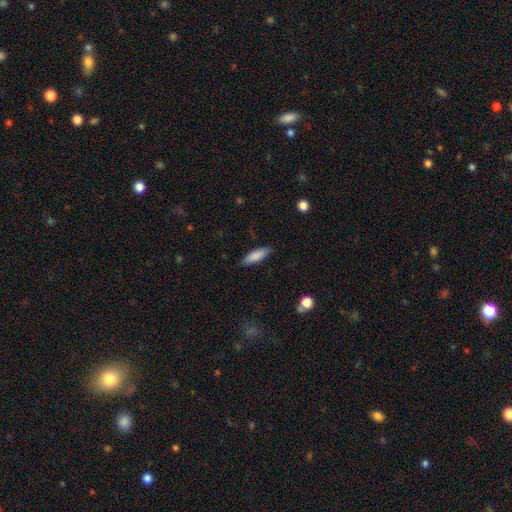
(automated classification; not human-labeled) Smooth or featured? Predicted: smooth (p=0.84). How rounded? Predicted: in between (p=0.53). Merging? Predicted: none (p=0.83).